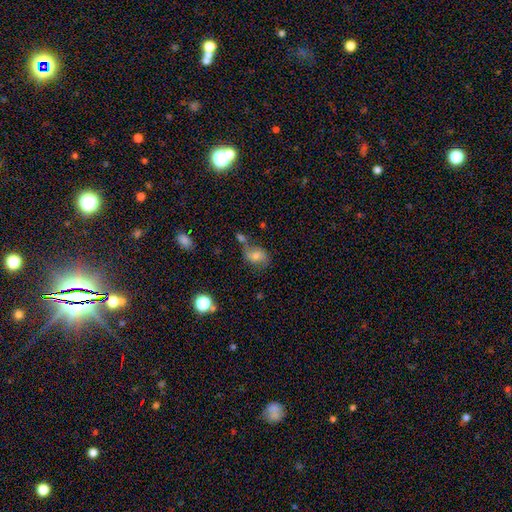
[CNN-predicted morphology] Overall: smooth (61%; featured or disk 27%). How rounded: in between (66%; round 32%). Merging: none (44%; merger 23%).